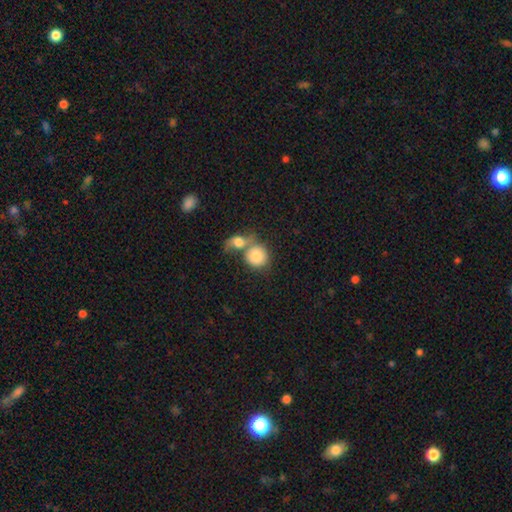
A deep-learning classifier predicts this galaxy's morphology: The model was most divided on "merging": merger: 55%, none: 31%, minor disturbance: 8%, major disturbance: 6%. More confident: how rounded — round (83%); smooth or featured — smooth (80%).